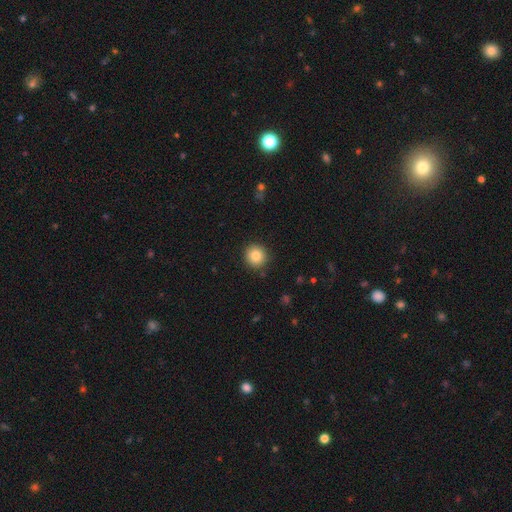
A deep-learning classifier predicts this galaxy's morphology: Overall: smooth (84%). How rounded: round (93%). Merging: none (91%).